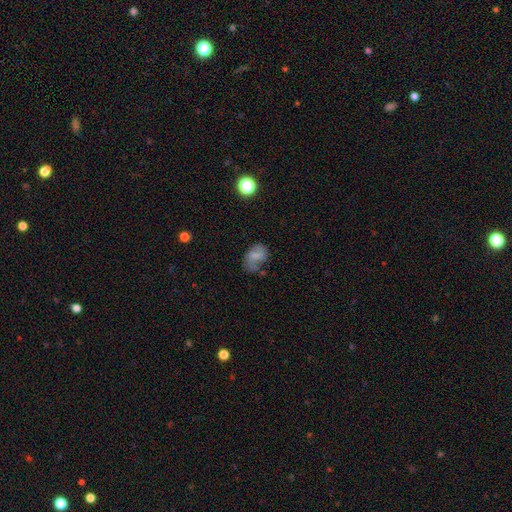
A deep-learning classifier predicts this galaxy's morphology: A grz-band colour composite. It shows a smooth galaxy with no disk features (49%). Merging: none (50%).